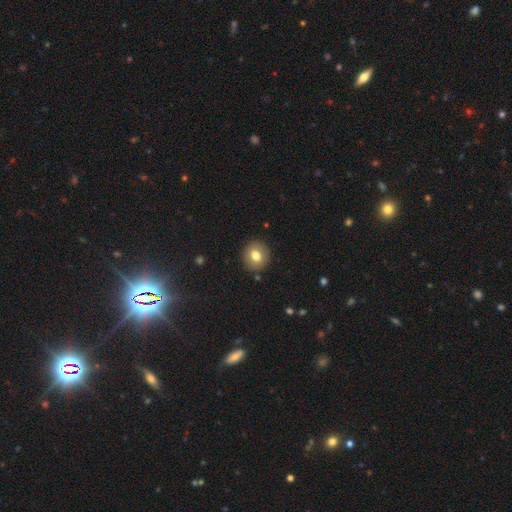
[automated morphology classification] A smooth galaxy with no disk features (77%) that is round (84%).

Vote fractions:
- Smooth or featured? smooth: 77% / featured or disk: 13% / star or artifact: 9%
- How rounded? round: 84% / in between: 15% / cigar-shaped: 1%
- Merging? none: 90% / minor disturbance: 7% / major disturbance: 2% / merger: 1%